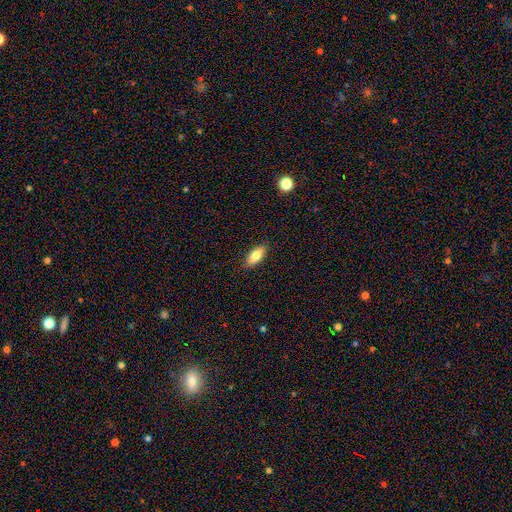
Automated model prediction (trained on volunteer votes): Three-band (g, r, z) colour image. It shows a smooth galaxy with no disk features (79%) that is in between round and cigar-shaped (84%). Merging: none (88%).